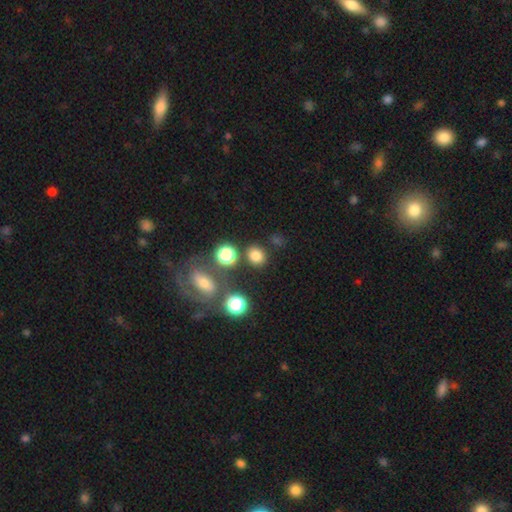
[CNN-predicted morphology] This appears to be a smooth galaxy with no disk features (77%) that is round (72%). Merging: none (80%).